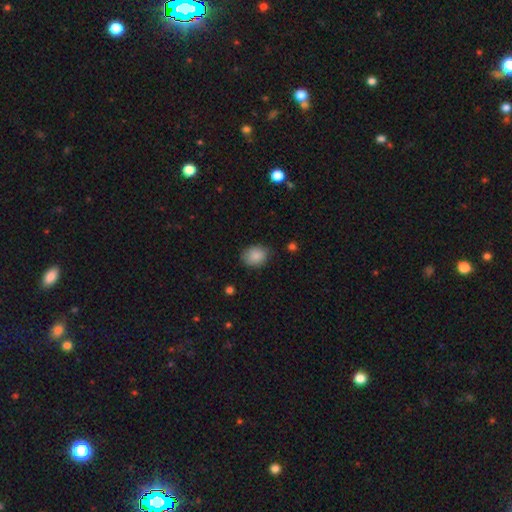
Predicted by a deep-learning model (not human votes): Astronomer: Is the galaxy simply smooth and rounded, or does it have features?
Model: smooth — 87%.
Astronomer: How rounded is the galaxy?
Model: in between — 50% (runner-up: round, 49%).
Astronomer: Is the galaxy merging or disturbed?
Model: none — 80%.